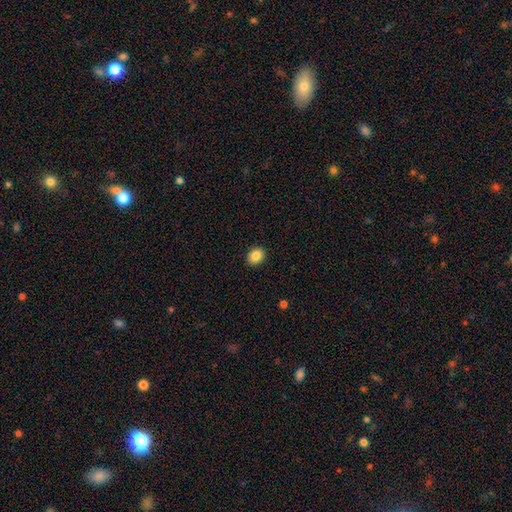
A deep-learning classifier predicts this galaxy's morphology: type=smooth (86%); roundness=in between (50%, tied with round); merging=none (91%).